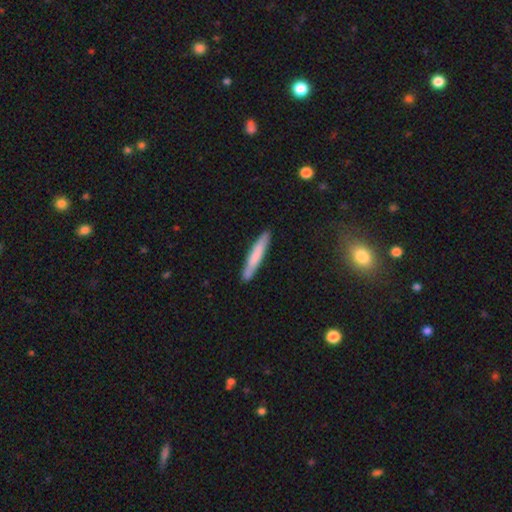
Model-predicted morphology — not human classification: A smooth galaxy with no disk features (72%) that is cigar-shaped (94%).

Vote fractions:
- Smooth or featured? smooth: 72% / featured or disk: 23% / star or artifact: 5%
- How rounded? cigar-shaped: 94% / in between: 5% / round: 1%
- Merging? none: 87% / minor disturbance: 10% / merger: 2% / major disturbance: 2%